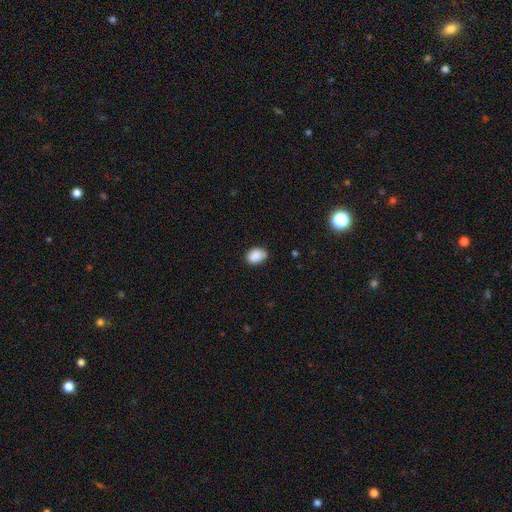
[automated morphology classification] This is clearly a smooth galaxy (88%). How rounded: likely in between (71%). Merging: likely none (72%).